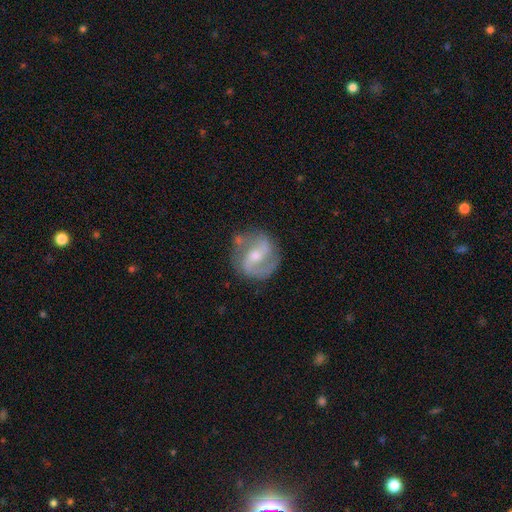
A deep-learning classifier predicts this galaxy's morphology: smooth_or_featured: featured or disk (p=0.85) [alt: smooth p=0.09]
disk_edge_on: no (p=0.97) [alt: yes p=0.03]
bar: weak (p=0.44) [alt: strong p=0.35]
has_spiral_arms: yes (p=0.94) [alt: no p=0.06]
spiral_winding: medium (p=0.51) [alt: loose p=0.28]
spiral_arm_count: 2 (p=0.89) [alt: can't tell p=0.04]
bulge_size: moderate (p=0.54) [alt: small p=0.41]
merging: none (p=0.77) [alt: minor disturbance p=0.15]